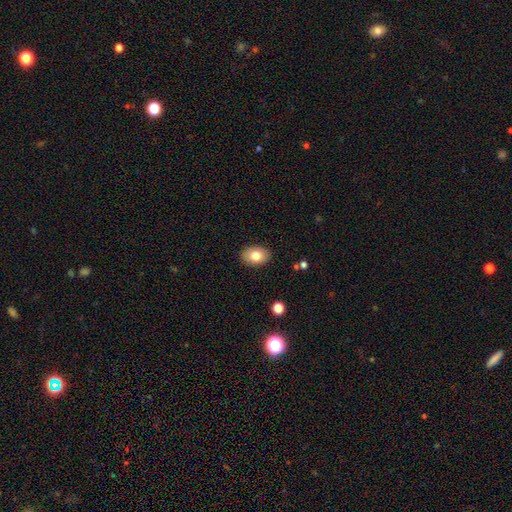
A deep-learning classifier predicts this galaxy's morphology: This is clearly a smooth galaxy (81%). How rounded: clearly in between (82%). Merging: clearly none (88%).